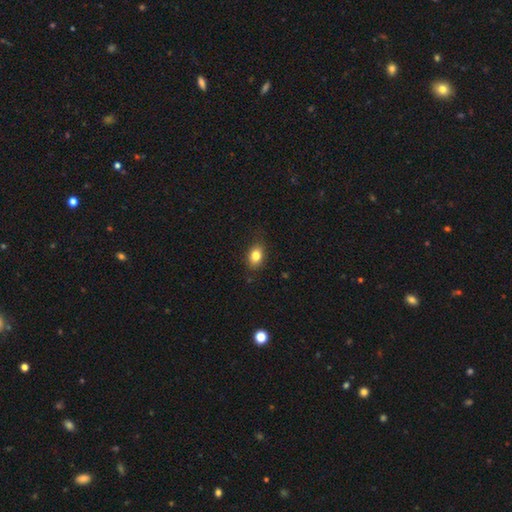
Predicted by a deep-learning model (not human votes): Overall: smooth (82%). How rounded: in between (73%). Merging: none (81%).